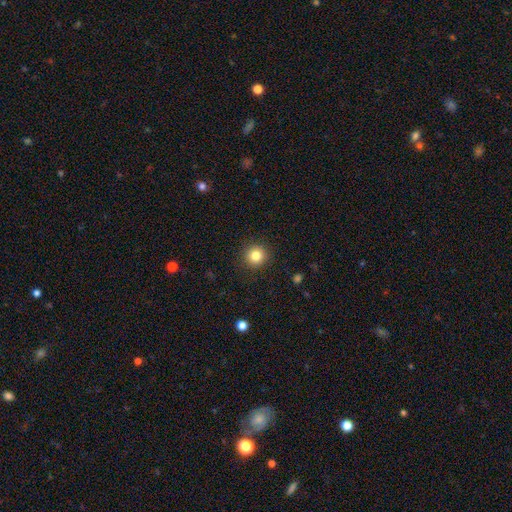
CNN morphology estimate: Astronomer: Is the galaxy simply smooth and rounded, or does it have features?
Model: smooth — 83%.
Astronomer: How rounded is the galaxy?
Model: round — 95%.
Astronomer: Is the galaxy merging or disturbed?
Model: none — 92%.